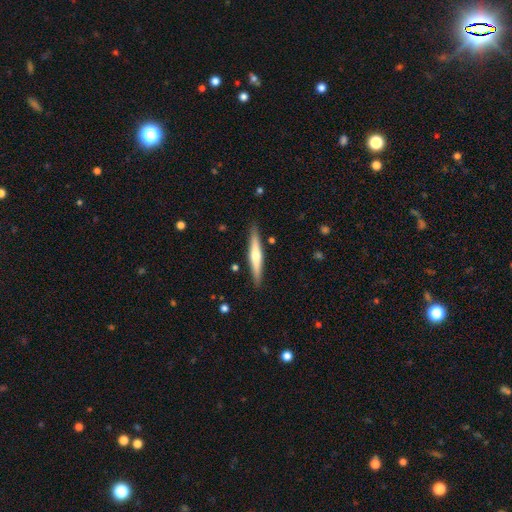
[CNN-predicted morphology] Smooth or featured: featured or disk — 57% (smooth — 37%)
Edge-on disk: yes — 96% (no — 4%)
Edge-on bulge: rounded — 86% (none — 10%)
Merging: none — 88% (minor disturbance — 8%)